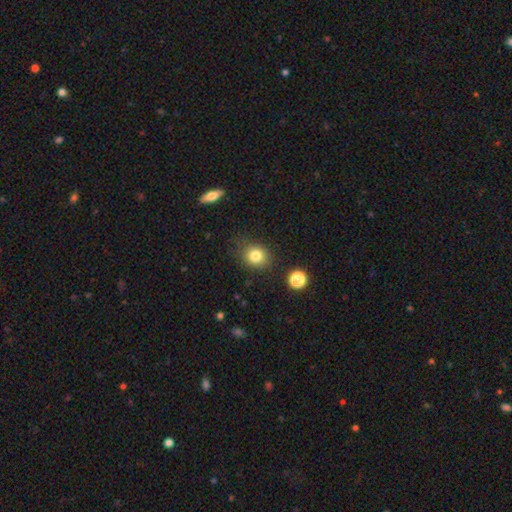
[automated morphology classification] A smooth galaxy with no disk features (81%) that is round (70%). Merging: none (79%).